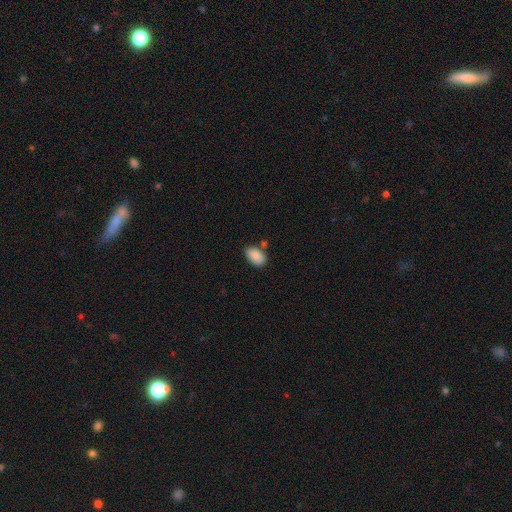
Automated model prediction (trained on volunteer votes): Smooth or featured? Predicted: smooth (p=0.88). How rounded? Predicted: in between (p=0.92). Merging? Predicted: none (p=0.71).